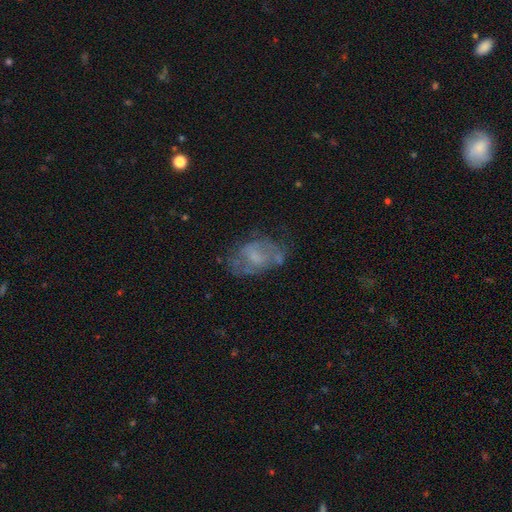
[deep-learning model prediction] Smooth or featured? featured or disk (52%)
Edge-on disk? no (96%)
Merging? none (44%)